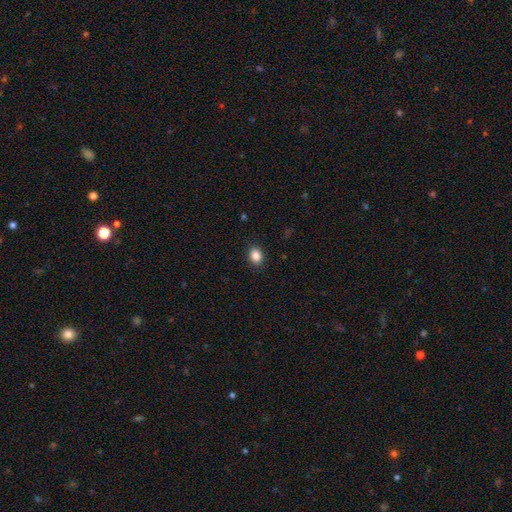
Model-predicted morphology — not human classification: smooth 86%, star or artifact 10%, featured or disk 4%. Down the decision tree: how rounded — in between (58%); merging — none (89%).